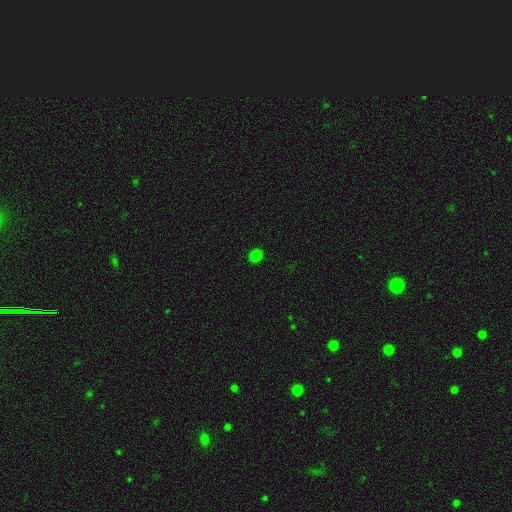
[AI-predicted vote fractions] smooth_or_featured: smooth (p=0.81) [alt: star or artifact p=0.16]
how_rounded: round (p=0.81) [alt: in between p=0.18]
merging: none (p=0.91) [alt: minor disturbance p=0.06]